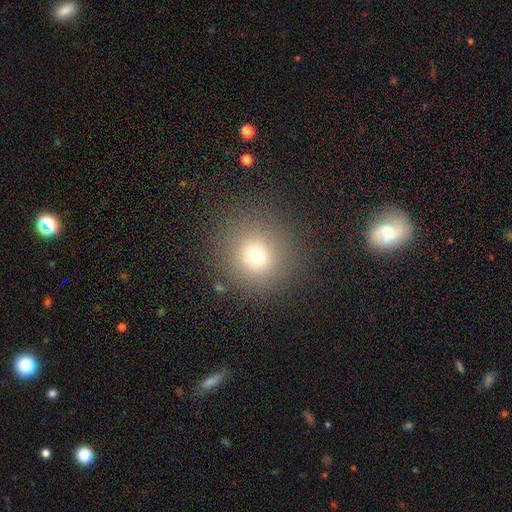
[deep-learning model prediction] Smooth or featured? Predicted: smooth (p=0.70). How rounded? Predicted: round (p=0.93). Merging? Predicted: none (p=0.87).